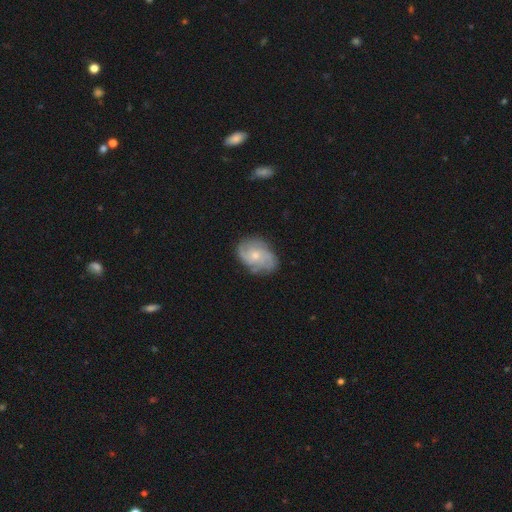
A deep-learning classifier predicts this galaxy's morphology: A featured or disk galaxy (71%) with no bar (76%), tight (42%) spiral arms (91%) and a small central bulge (48%). Merging: none (73%).